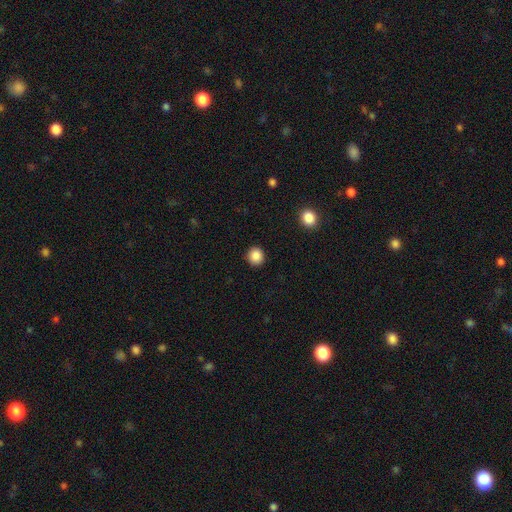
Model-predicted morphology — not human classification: smooth-or-featured: smooth: 87% | star or artifact: 10% | featured or disk: 3%
  how-rounded: round: 92% | in between: 7% | cigar-shaped: 1%
  merging: none: 92% | minor disturbance: 5% | major disturbance: 2% | merger: 1%